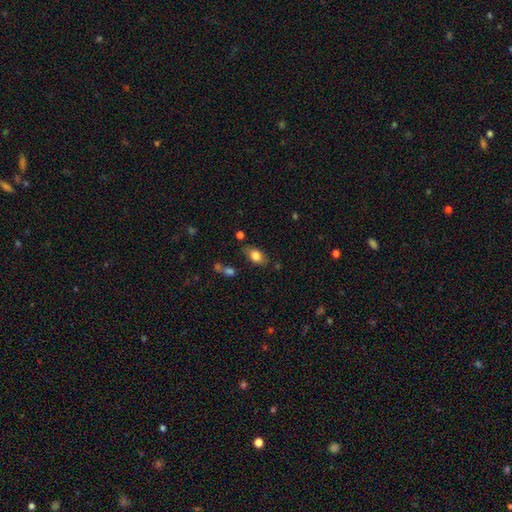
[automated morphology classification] Q: Smooth or featured?
A: smooth (82%); runner-up: featured or disk (10%)
Q: How rounded?
A: in between (85%); runner-up: round (13%)
Q: Merging?
A: none (74%); runner-up: minor disturbance (17%)